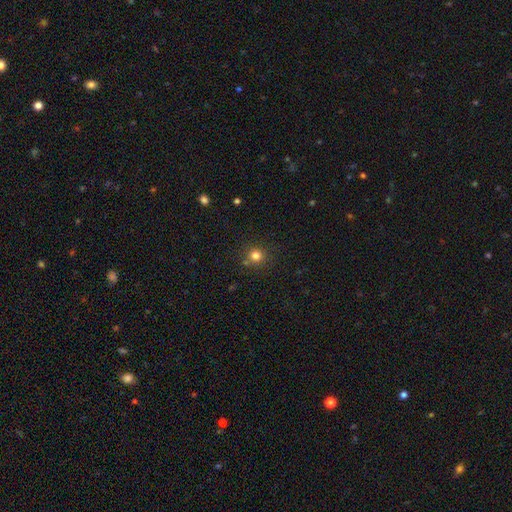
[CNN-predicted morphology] The model was most divided on "smooth or featured": smooth: 79%, star or artifact: 15%, featured or disk: 6%. More confident: how rounded — round (90%); merging — none (79%).